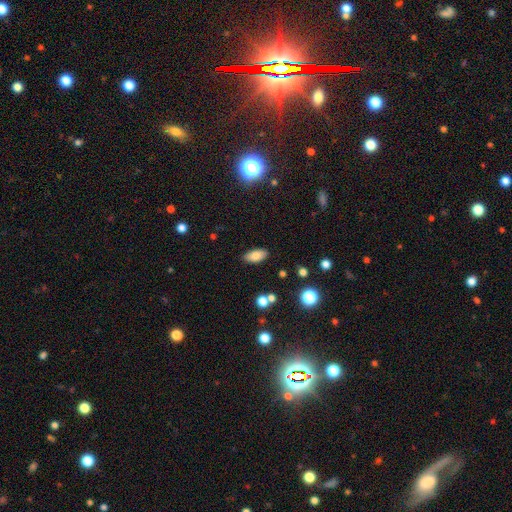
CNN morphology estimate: This is clearly a smooth galaxy (81%). How rounded: clearly in between (90%). Merging: clearly none (86%).